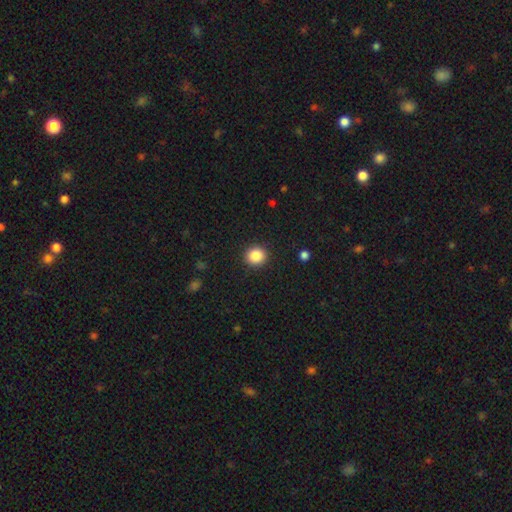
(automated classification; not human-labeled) smooth-or-featured: smooth: 86% | star or artifact: 10% | featured or disk: 4%
  how-rounded: round: 87% | in between: 12% | cigar-shaped: 1%
  merging: none: 92% | minor disturbance: 5% | major disturbance: 2% | merger: 1%